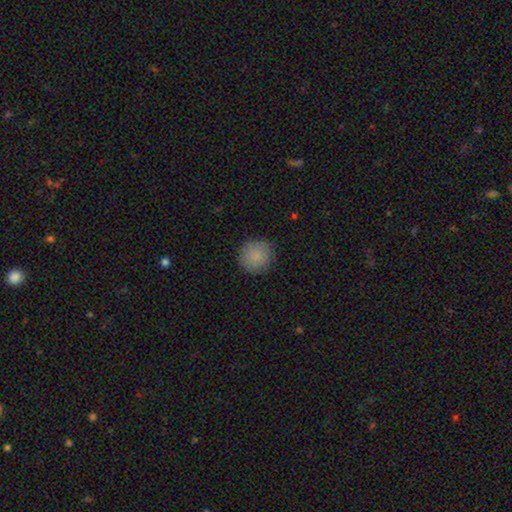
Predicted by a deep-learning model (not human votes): Smooth or featured? Predicted: smooth (p=0.86). How rounded? Predicted: round (p=0.92). Merging? Predicted: none (p=0.88).